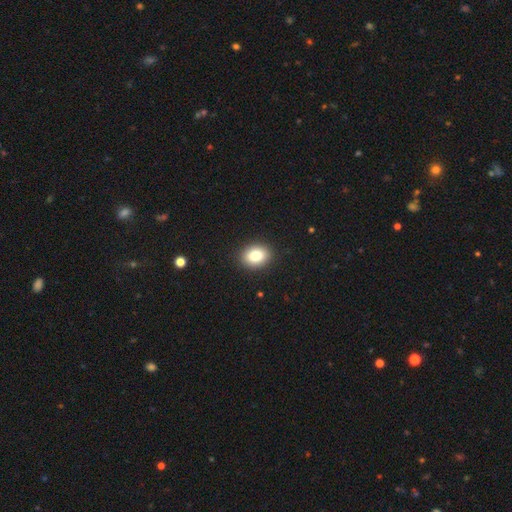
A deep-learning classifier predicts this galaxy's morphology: A smooth galaxy with no disk features (83%) that is in between round and cigar-shaped (60%). Merging: none (91%).